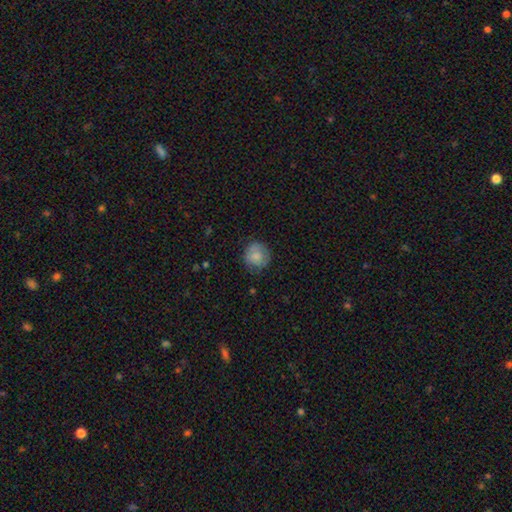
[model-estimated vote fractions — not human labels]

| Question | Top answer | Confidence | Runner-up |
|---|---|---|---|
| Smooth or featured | smooth | 77% | featured or disk (15%) |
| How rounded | round | 90% | in between (9%) |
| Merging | none | 74% | minor disturbance (19%) |